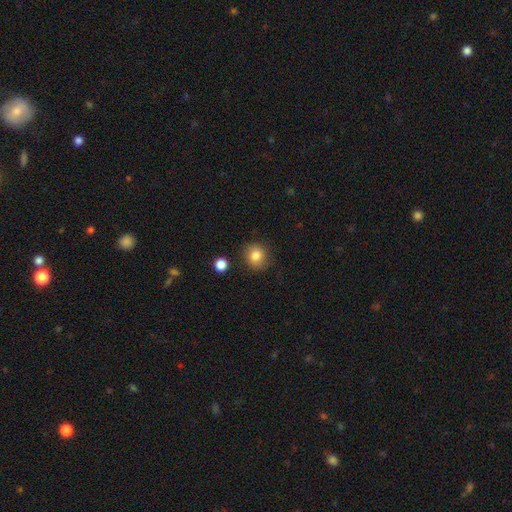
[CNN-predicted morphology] Smooth or featured? smooth (83%)
How rounded? round (84%)
Merging? none (84%)